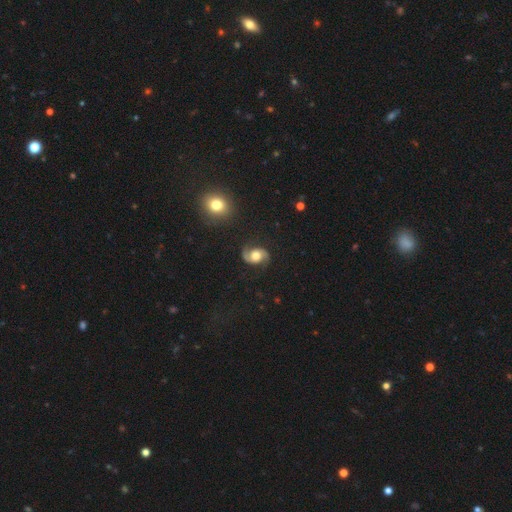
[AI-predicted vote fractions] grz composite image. It shows a featured or disk galaxy (83%) with no bar (67%), 2 (94%) medium (50%) spiral arms (96%) and a moderate central bulge (64%). Merging: none (83%).